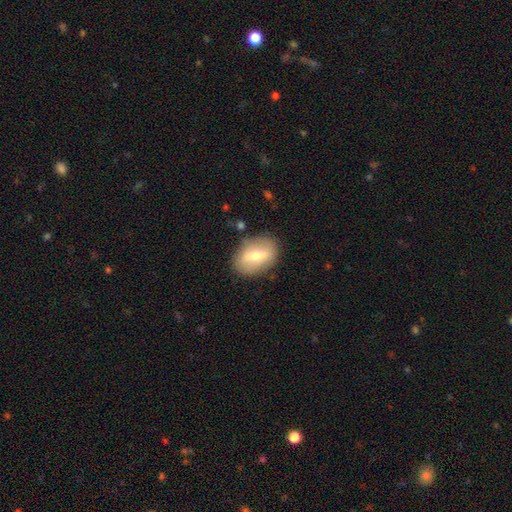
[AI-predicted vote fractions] Smooth or featured? Predicted: smooth (p=0.55). How rounded? Predicted: in between (p=0.81). Merging? Predicted: none (p=0.81).